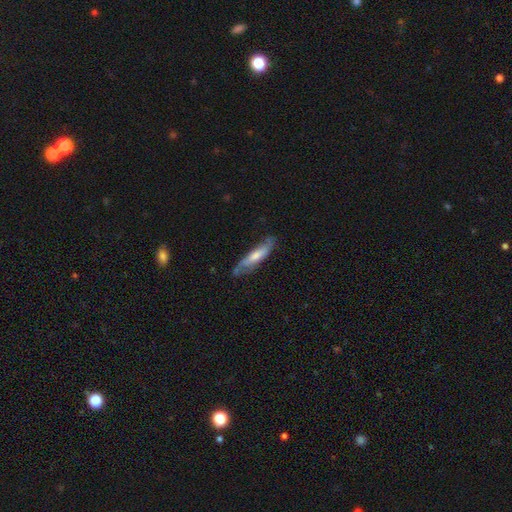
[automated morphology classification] Smooth or featured: featured or disk — 51% (smooth — 43%)
Edge-on disk: yes — 55% (no — 45%)
Merging: none — 67% (minor disturbance — 24%)